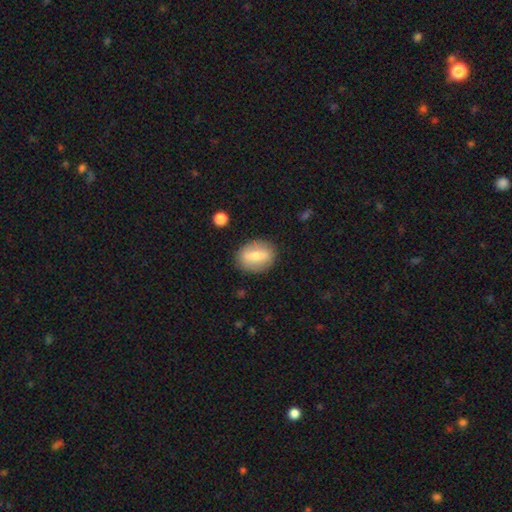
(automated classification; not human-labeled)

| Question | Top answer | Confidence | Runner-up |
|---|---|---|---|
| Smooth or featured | smooth | 62% | featured or disk (30%) |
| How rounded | in between | 68% | round (29%) |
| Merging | none | 84% | minor disturbance (11%) |